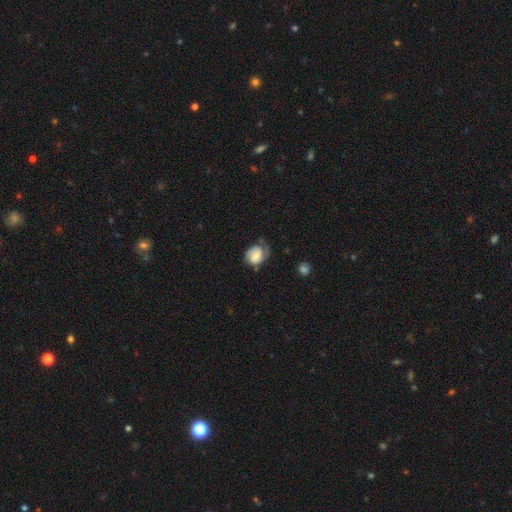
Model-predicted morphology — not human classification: smooth 46% (tied), featured or disk 46% (tied), star or artifact 8%. Down the decision tree: merging — none (45%).